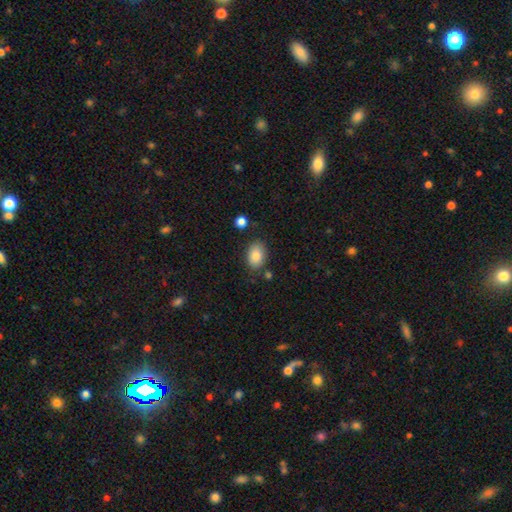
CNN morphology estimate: This is clearly a smooth galaxy (84%). How rounded: clearly in between (84%). Merging: clearly none (81%).